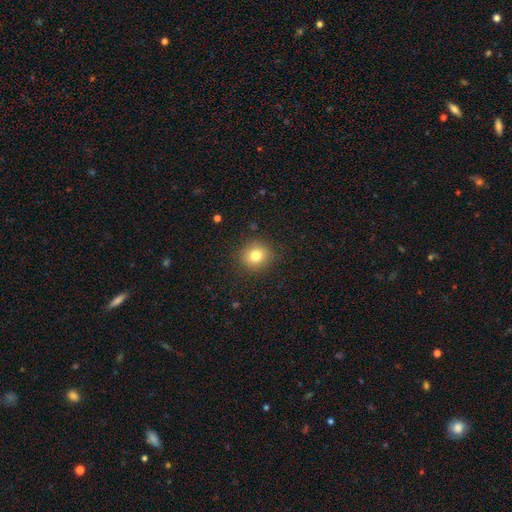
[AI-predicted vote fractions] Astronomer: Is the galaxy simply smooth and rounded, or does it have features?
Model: smooth — 79%.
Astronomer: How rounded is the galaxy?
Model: round — 87%.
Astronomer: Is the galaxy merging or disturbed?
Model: none — 88%.